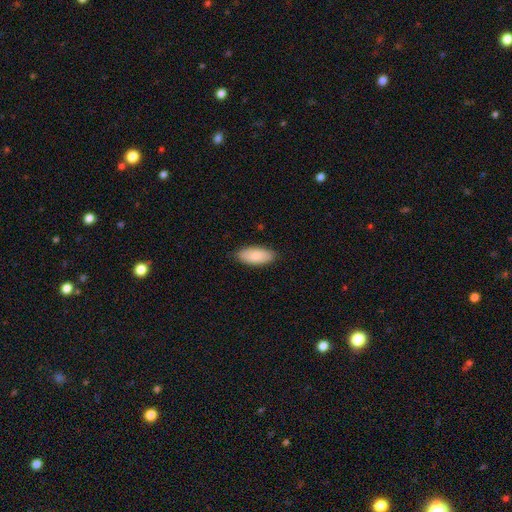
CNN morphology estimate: Smooth or featured? Predicted: smooth (p=0.84). How rounded? Predicted: in between (p=0.89). Merging? Predicted: none (p=0.87).